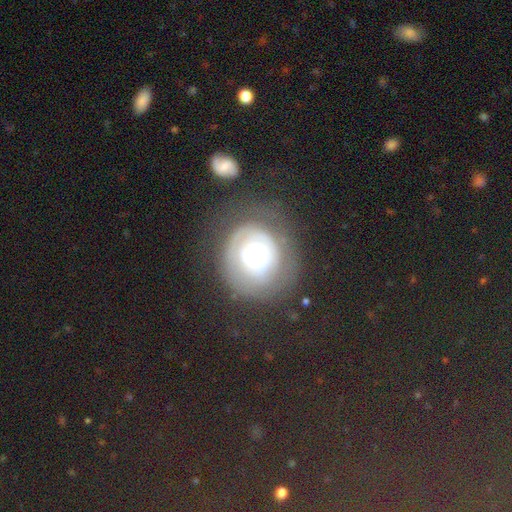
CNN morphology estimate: Smooth or featured? Predicted: featured or disk (p=0.55). Edge-on disk? Predicted: no (p=0.96). Bar? Predicted: no (p=0.68). Spiral arms? Predicted: yes (p=0.52). Bulge size? Predicted: moderate (p=0.53). Merging? Predicted: none (p=0.49).